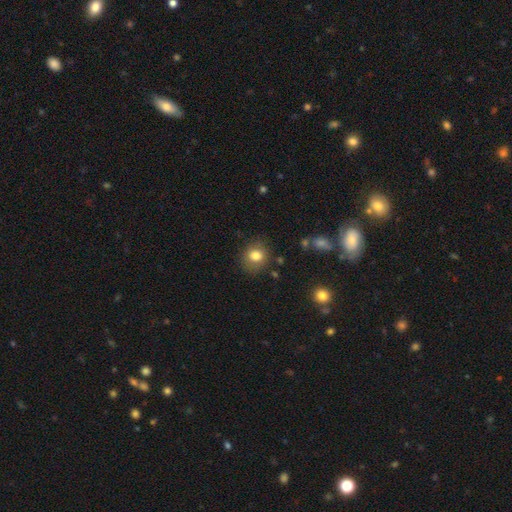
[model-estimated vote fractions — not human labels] Smooth or featured?
  - smooth: 80% *
  - star or artifact: 10%
  - featured or disk: 9%
How rounded?
  - round: 70% *
  - in between: 29%
  - cigar-shaped: 1%
Merging?
  - none: 78% *
  - minor disturbance: 15%
  - major disturbance: 5%
  - merger: 2%